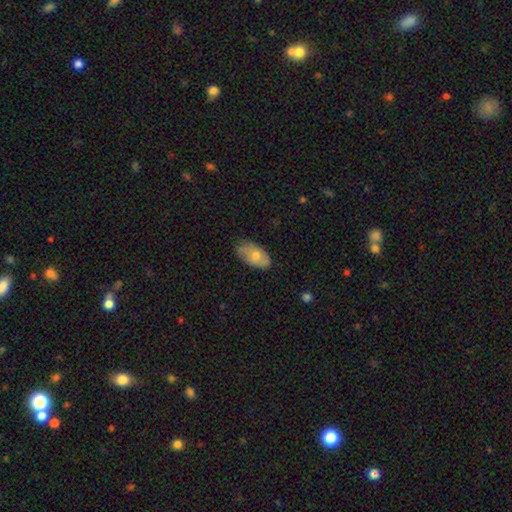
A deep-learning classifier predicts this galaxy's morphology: smooth-or-featured: smooth: 64% | featured or disk: 30% | star or artifact: 7%
  how-rounded: in between: 93% | round: 5% | cigar-shaped: 2%
  merging: none: 74% | minor disturbance: 21% | major disturbance: 4% | merger: 1%